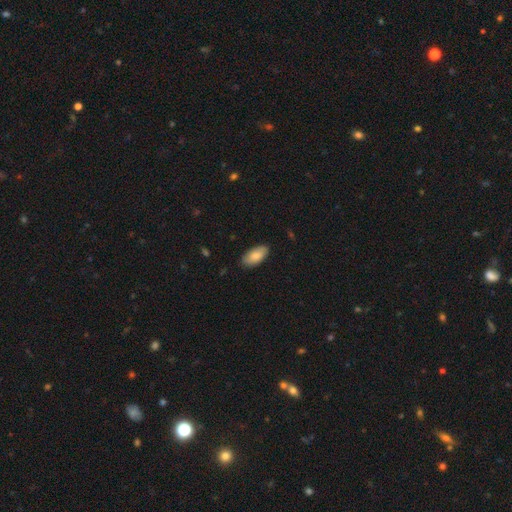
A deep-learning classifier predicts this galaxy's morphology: smooth_or_featured: smooth (p=0.83) [alt: featured or disk p=0.11]
how_rounded: in between (p=0.92) [alt: cigar-shaped p=0.06]
merging: none (p=0.84) [alt: minor disturbance p=0.13]